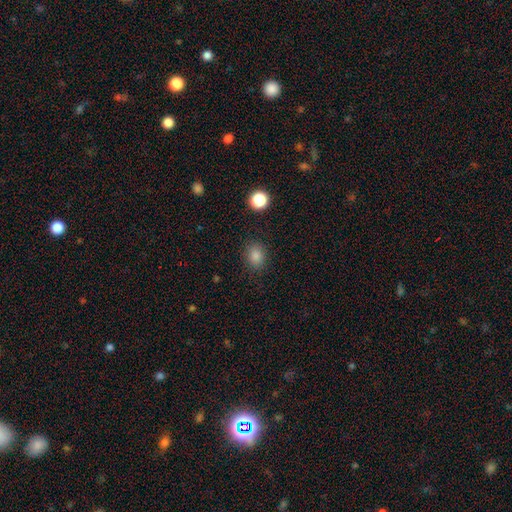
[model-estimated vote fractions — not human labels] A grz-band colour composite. It shows a smooth galaxy with no disk features (82%) that is round (52%). Merging: none (87%).